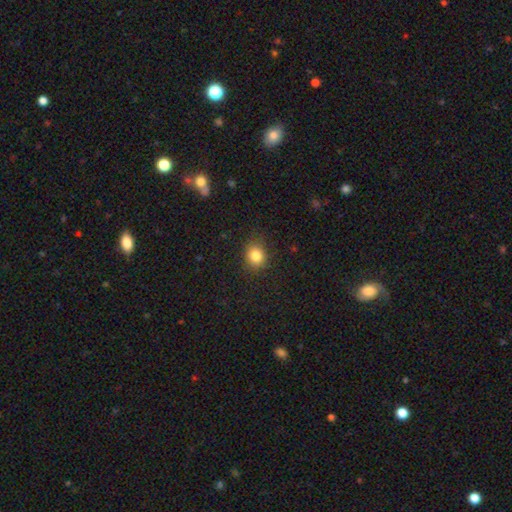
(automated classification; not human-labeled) smooth-or-featured: smooth: 83% | star or artifact: 11% | featured or disk: 6%
  how-rounded: round: 66% | in between: 33% | cigar-shaped: 1%
  merging: none: 85% | minor disturbance: 11% | major disturbance: 3% | merger: 1%